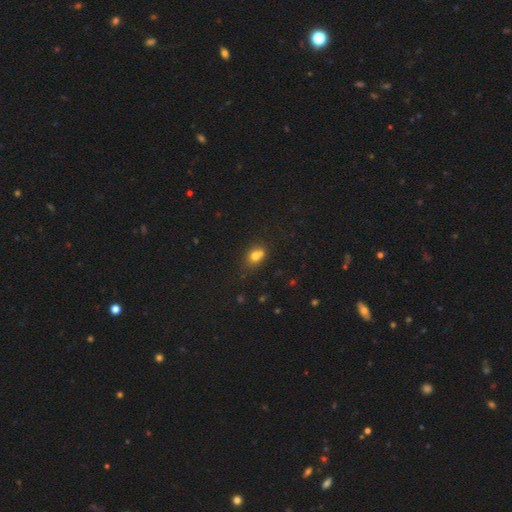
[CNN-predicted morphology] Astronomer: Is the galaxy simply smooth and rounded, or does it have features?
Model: smooth — 72%.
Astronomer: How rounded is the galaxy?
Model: round — 52% (runner-up: in between, 46%).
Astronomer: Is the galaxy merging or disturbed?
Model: none — 42% (runner-up: merger, 39%).